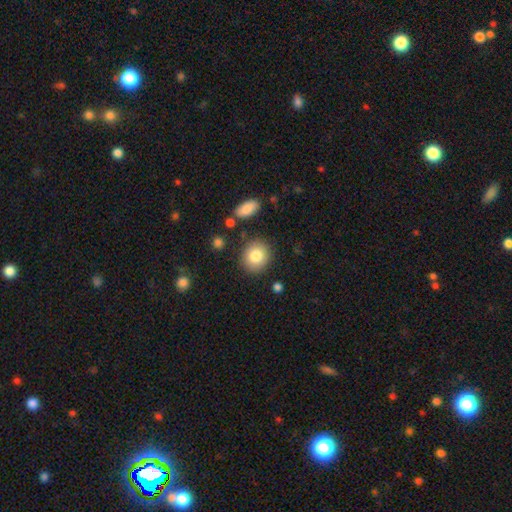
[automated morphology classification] Q: Smooth or featured?
A: smooth (81%); runner-up: featured or disk (10%)
Q: How rounded?
A: round (74%); runner-up: in between (24%)
Q: Merging?
A: none (85%); runner-up: minor disturbance (9%)